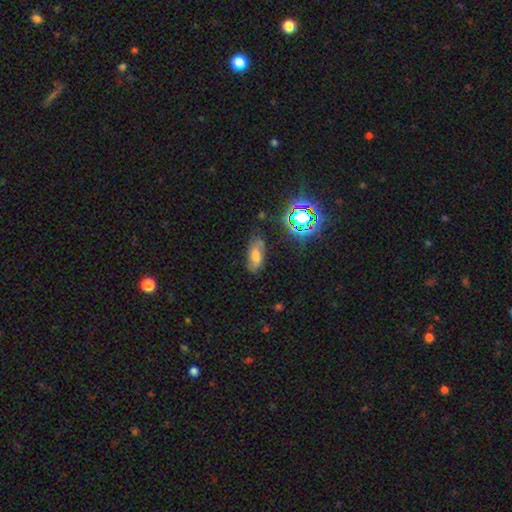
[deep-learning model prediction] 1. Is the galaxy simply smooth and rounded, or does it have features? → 54% smooth, 29% featured or disk, 17% star or artifact.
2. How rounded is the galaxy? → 81% in between, 14% cigar-shaped, 5% round.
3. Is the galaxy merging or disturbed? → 67% none, 23% minor disturbance, 7% major disturbance, 3% merger.